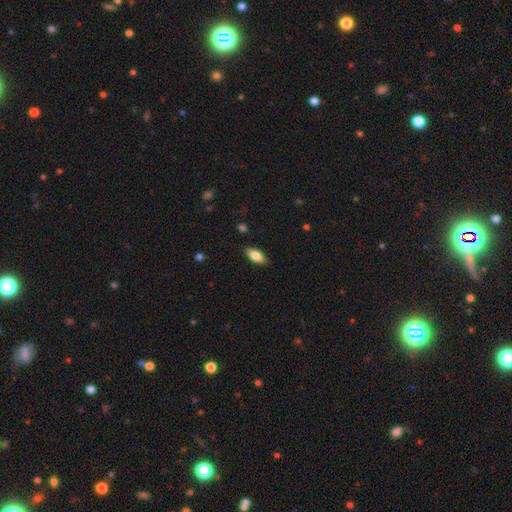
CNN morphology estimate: Overall: smooth (81%). How rounded: in between (88%). Merging: none (86%).